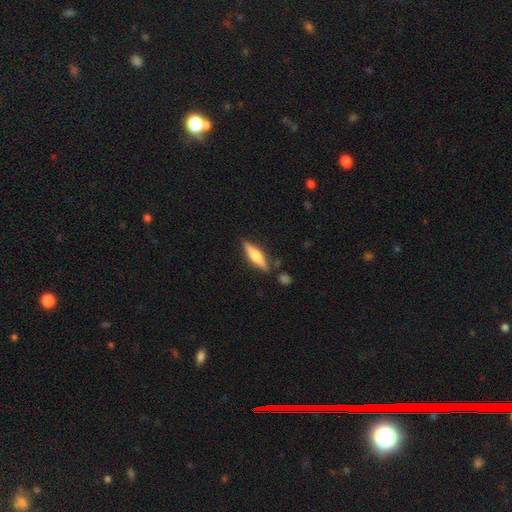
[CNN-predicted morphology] smooth_or_featured: featured or disk (p=0.56) [alt: smooth p=0.39]
disk_edge_on: yes (p=0.96) [alt: no p=0.04]
edge_on_bulge: rounded (p=0.90) [alt: boxy p=0.06]
merging: none (p=0.84) [alt: minor disturbance p=0.10]